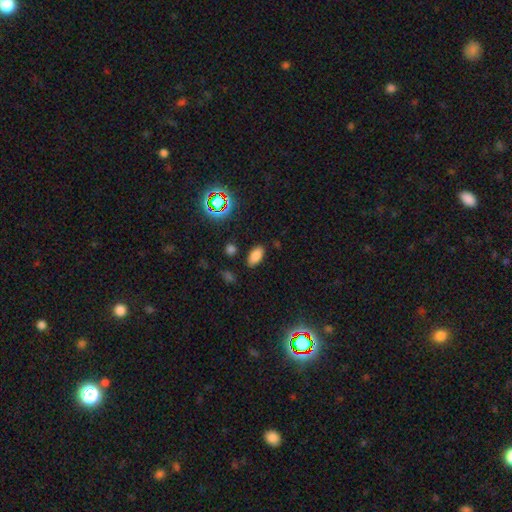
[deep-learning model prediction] Morphology: type=smooth (78%); roundness=in between (92%); merging=none (85%).